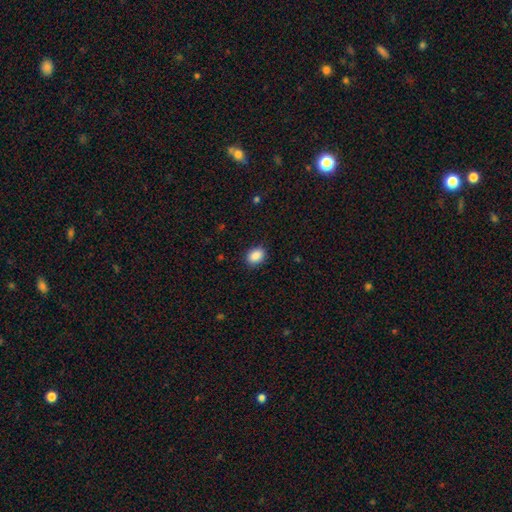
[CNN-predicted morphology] Smooth or featured?
  - smooth: 89% *
  - star or artifact: 8%
  - featured or disk: 3%
How rounded?
  - in between: 74% *
  - round: 24%
  - cigar-shaped: 1%
Merging?
  - none: 87% *
  - minor disturbance: 9%
  - major disturbance: 2%
  - merger: 1%